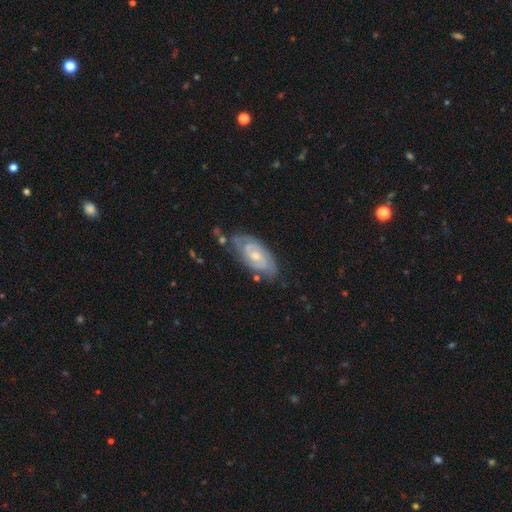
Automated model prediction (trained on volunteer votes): This is clearly a featured or disk galaxy (83%). It is clearly not viewed edge-on (94%). Bar: possibly no (57%). Spiral arm pattern: clearly yes (95%). Spiral arm count: likely 2 (67%). Spiral winding: likely tight (63%). Central bulge: possibly moderate (49%). Merging: likely none (68%).